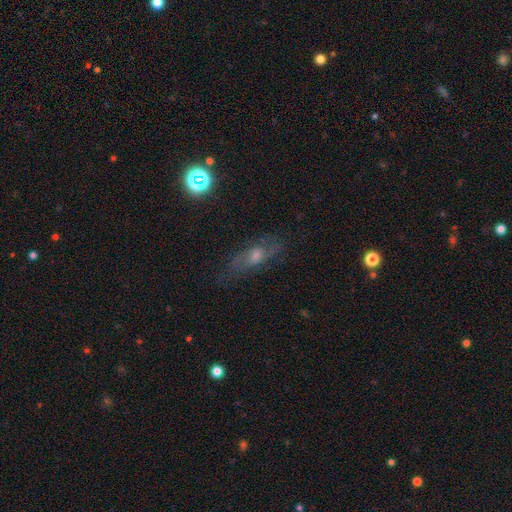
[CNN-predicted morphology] Smooth or featured? Predicted: featured or disk (p=0.48). Merging? Predicted: none (p=0.75).